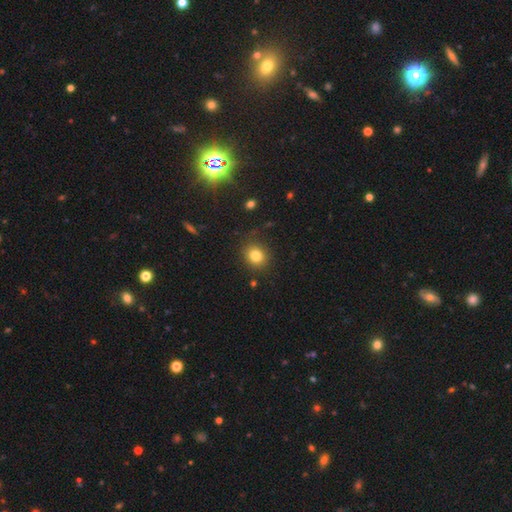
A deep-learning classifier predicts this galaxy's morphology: type=smooth (81%); roundness=round (79%); merging=none (85%).